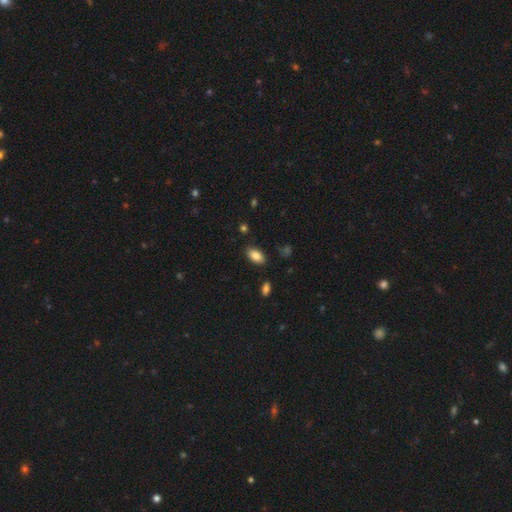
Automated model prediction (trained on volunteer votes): The model was most divided on "merging": none: 84%, minor disturbance: 11%, major disturbance: 3%, merger: 2%. More confident: how rounded — in between (92%); smooth or featured — smooth (85%).